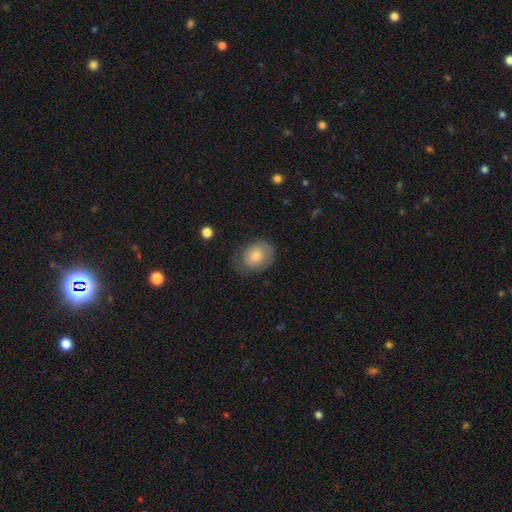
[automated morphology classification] This appears to be a smooth galaxy with no disk features (73%) that is in between round and cigar-shaped (52%). Merging: none (60%).